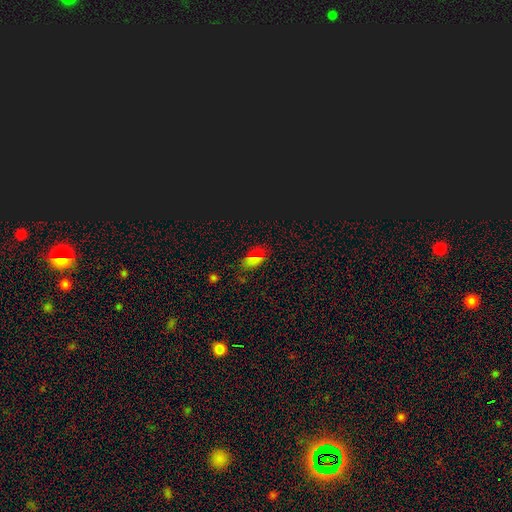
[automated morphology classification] Q: Smooth or featured?
A: smooth (56%); runner-up: star or artifact (37%)
Q: How rounded?
A: in between (88%); runner-up: round (7%)
Q: Merging?
A: none (78%); runner-up: minor disturbance (15%)